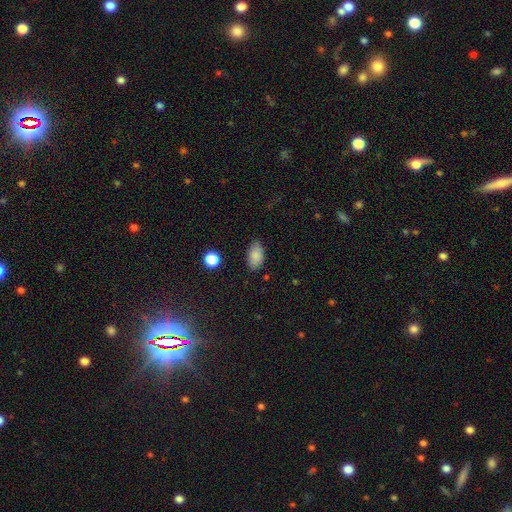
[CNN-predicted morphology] A smooth galaxy with no disk features (86%) that is in between round and cigar-shaped (92%). Merging: none (81%).